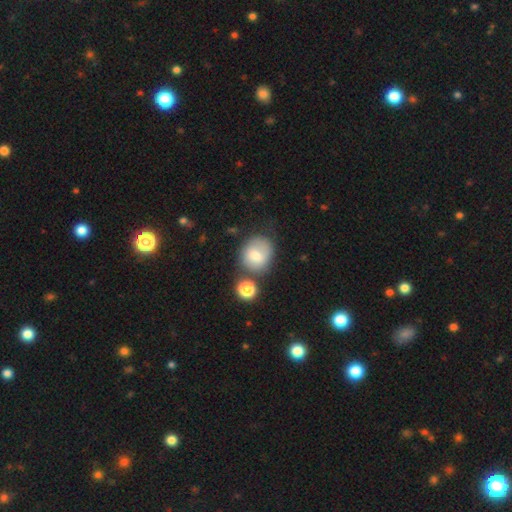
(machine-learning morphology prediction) Smooth or featured: smooth — 72% (featured or disk — 18%)
How rounded: round — 71% (in between — 29%)
Merging: none — 58% (minor disturbance — 20%)